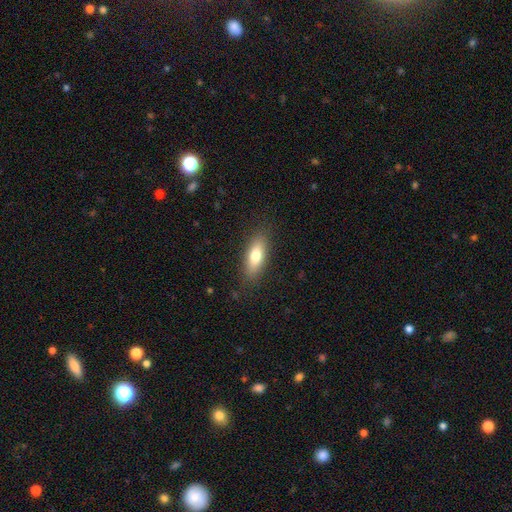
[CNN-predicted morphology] The model was most divided on "how rounded": in between: 66%, cigar-shaped: 31%, round: 3%. More confident: merging — none (86%); smooth or featured — smooth (73%).